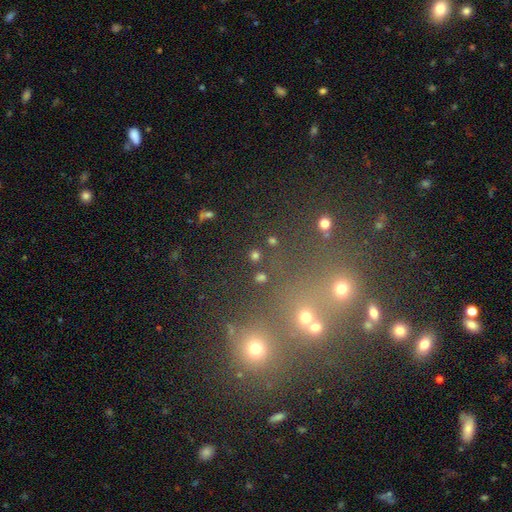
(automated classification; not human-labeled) Q: Smooth or featured?
A: smooth (52%); runner-up: star or artifact (37%)
Q: How rounded?
A: round (79%); runner-up: in between (18%)
Q: Merging?
A: none (77%); runner-up: merger (10%)